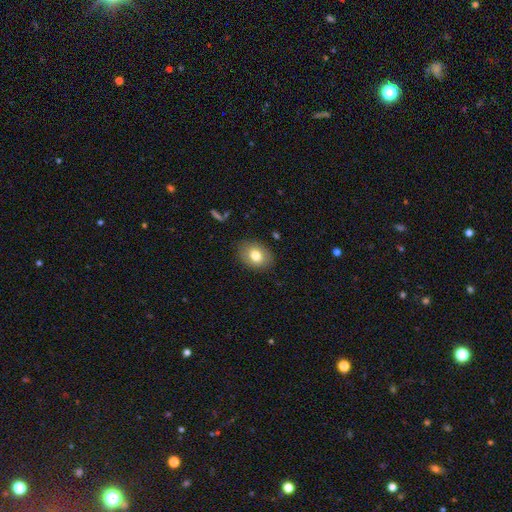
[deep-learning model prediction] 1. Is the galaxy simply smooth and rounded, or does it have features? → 77% smooth, 14% featured or disk, 8% star or artifact.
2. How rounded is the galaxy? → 69% in between, 30% round, 1% cigar-shaped.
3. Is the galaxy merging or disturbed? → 84% none, 12% minor disturbance, 3% major disturbance, 1% merger.